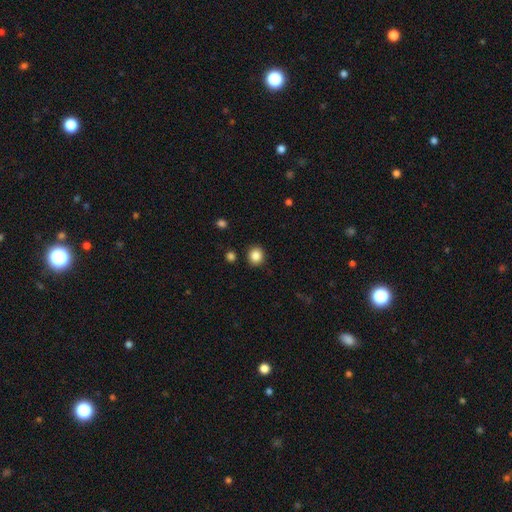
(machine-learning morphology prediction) smooth 86%, star or artifact 10%, featured or disk 4%. Down the decision tree: how rounded — round (85%); merging — none (89%).